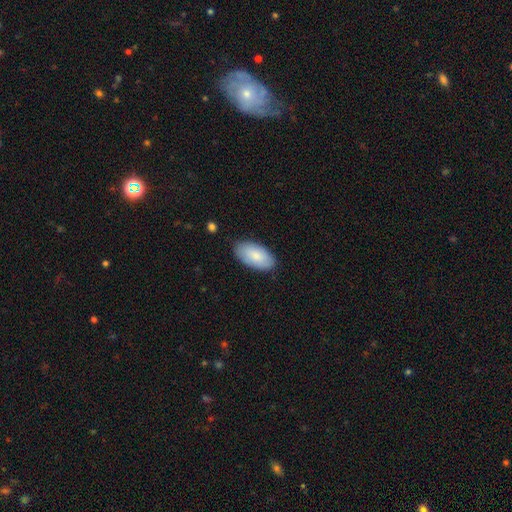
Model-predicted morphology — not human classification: A smooth galaxy with no disk features (84%) that is in between round and cigar-shaped (96%).

Vote fractions:
- Smooth or featured? smooth: 84% / featured or disk: 10% / star or artifact: 5%
- How rounded? in between: 96% / round: 2% / cigar-shaped: 2%
- Merging? none: 84% / minor disturbance: 12% / major disturbance: 2% / merger: 1%